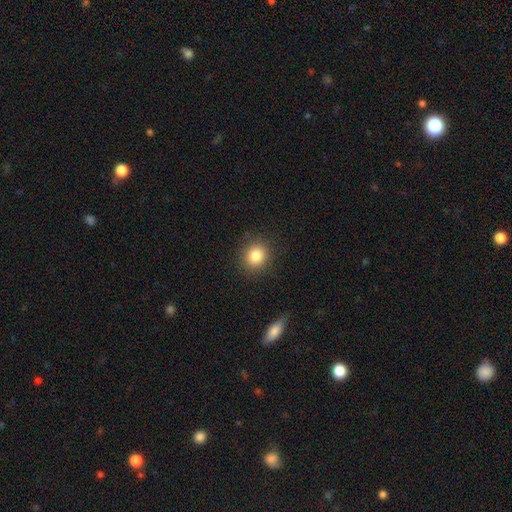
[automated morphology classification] Smooth or featured: smooth — 84% (star or artifact — 10%)
How rounded: round — 81% (in between — 18%)
Merging: none — 89% (minor disturbance — 8%)